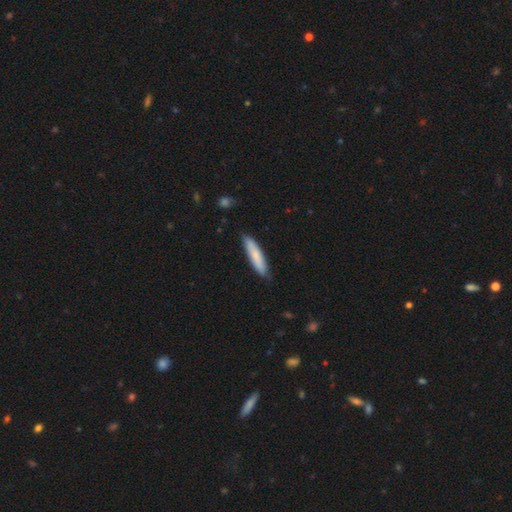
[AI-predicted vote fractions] A smooth galaxy with no disk features (80%) that is cigar-shaped (83%).

Vote fractions:
- Smooth or featured? smooth: 80% / featured or disk: 15% / star or artifact: 5%
- How rounded? cigar-shaped: 83% / in between: 16% / round: 1%
- Merging? none: 83% / minor disturbance: 14% / major disturbance: 2% / merger: 1%